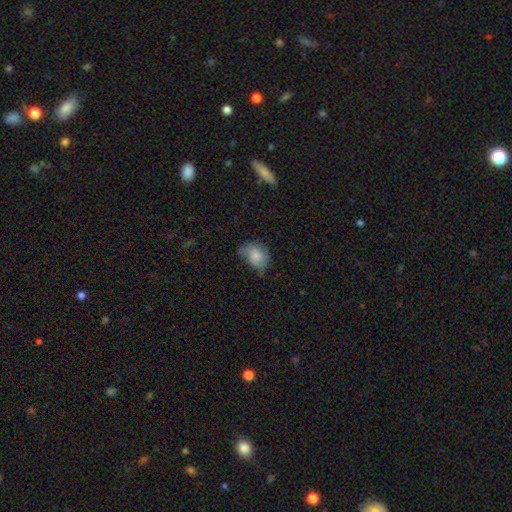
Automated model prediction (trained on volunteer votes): Smooth or featured?
  - smooth: 70% *
  - featured or disk: 22%
  - star or artifact: 8%
How rounded?
  - in between: 67% *
  - round: 32%
  - cigar-shaped: 1%
Merging?
  - none: 50% *
  - minor disturbance: 35%
  - major disturbance: 12%
  - merger: 2%